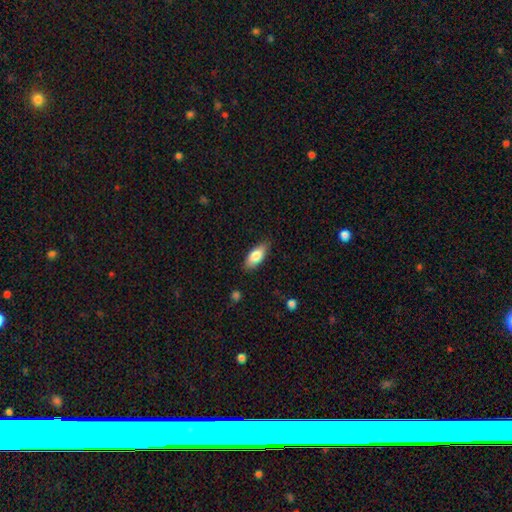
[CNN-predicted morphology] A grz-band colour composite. It shows a smooth galaxy with no disk features (81%) that is in between round and cigar-shaped (84%). Merging: none (83%).